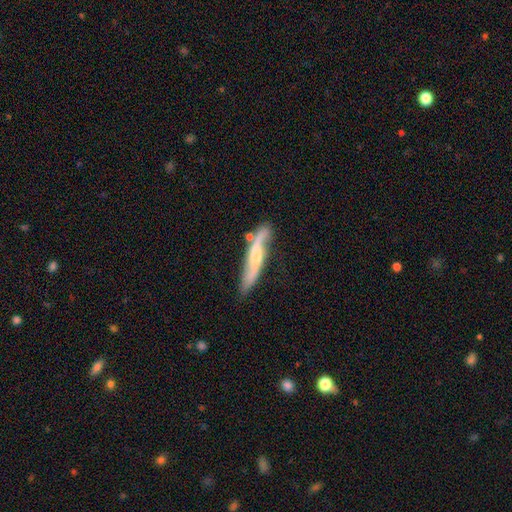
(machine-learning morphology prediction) Smooth or featured? featured or disk (65%)
Edge-on disk? no (56%)
Merging? none (63%)